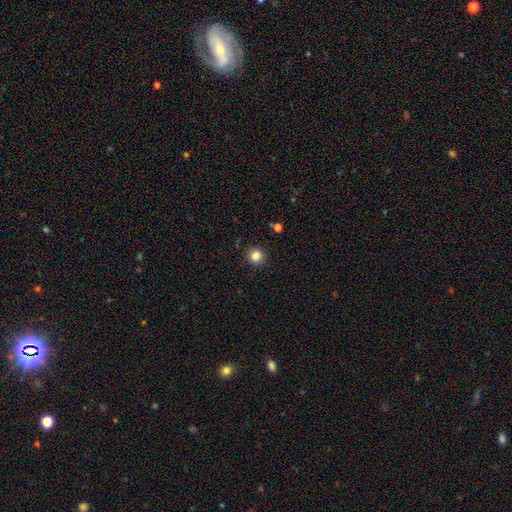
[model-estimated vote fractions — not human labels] This is clearly a smooth galaxy (84%). How rounded: clearly round (94%). Merging: clearly none (91%).